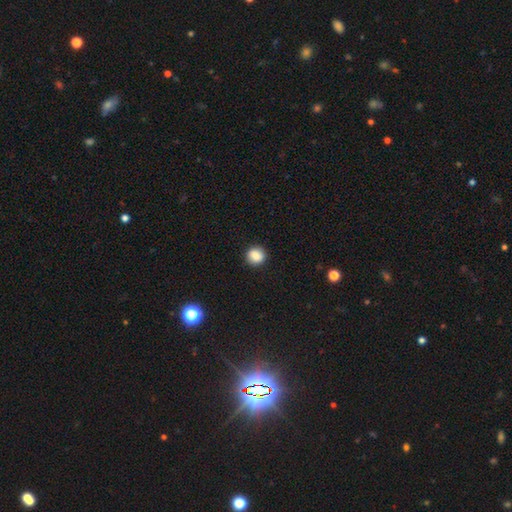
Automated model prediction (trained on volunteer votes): smooth 86%, star or artifact 10%, featured or disk 4%. Down the decision tree: how rounded — round (87%); merging — none (90%).